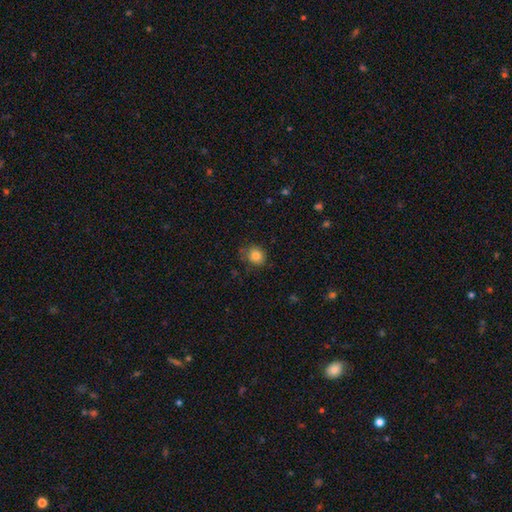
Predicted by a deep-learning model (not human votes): smooth-or-featured: smooth: 83% | star or artifact: 11% | featured or disk: 6%
  how-rounded: round: 77% | in between: 22% | cigar-shaped: 1%
  merging: none: 79% | minor disturbance: 16% | major disturbance: 4% | merger: 1%